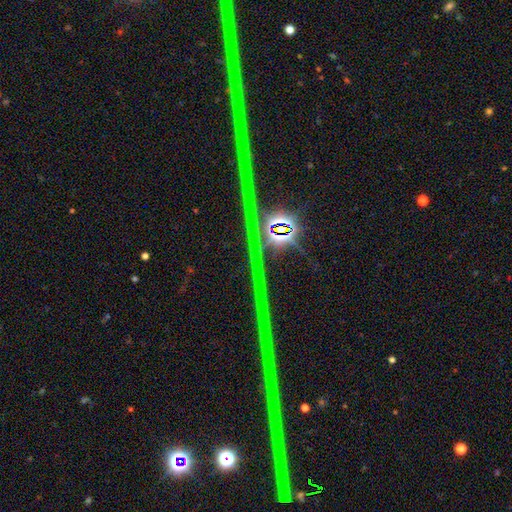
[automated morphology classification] Smooth or featured? Predicted: star or artifact (p=0.87).